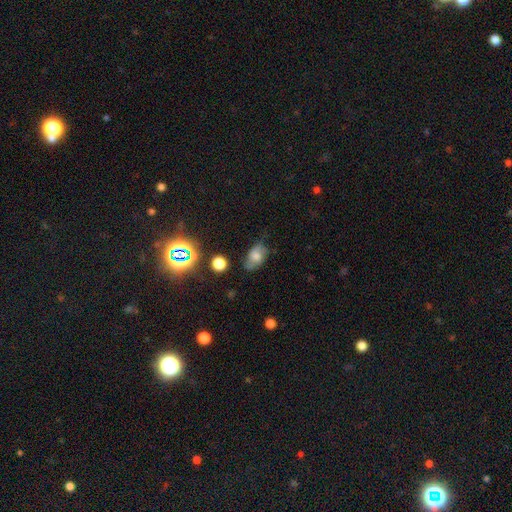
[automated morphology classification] smooth-or-featured: smooth: 60% | featured or disk: 26% | star or artifact: 15%
  how-rounded: in between: 85% | round: 13% | cigar-shaped: 2%
  merging: none: 61% | minor disturbance: 27% | major disturbance: 9% | merger: 3%